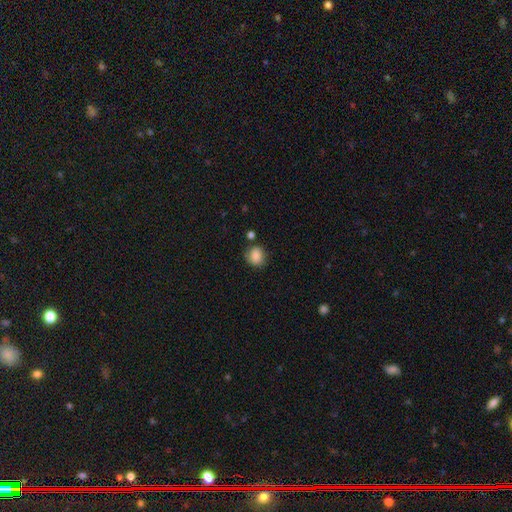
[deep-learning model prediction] Q: Smooth or featured?
A: smooth (85%); runner-up: star or artifact (9%)
Q: How rounded?
A: round (64%); runner-up: in between (35%)
Q: Merging?
A: none (72%); runner-up: minor disturbance (17%)